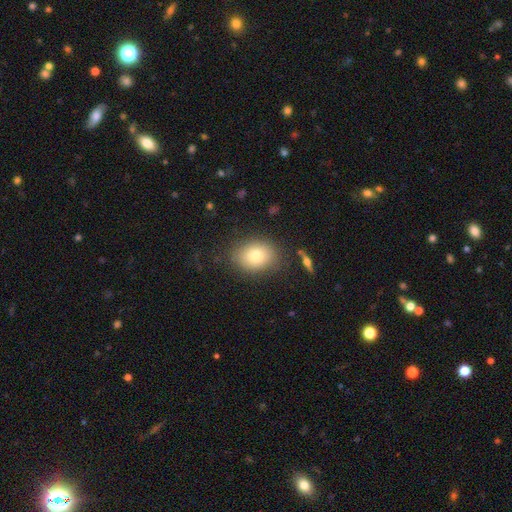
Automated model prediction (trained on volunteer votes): Smooth or featured? smooth (77%)
How rounded? in between (58%)
Merging? none (83%)